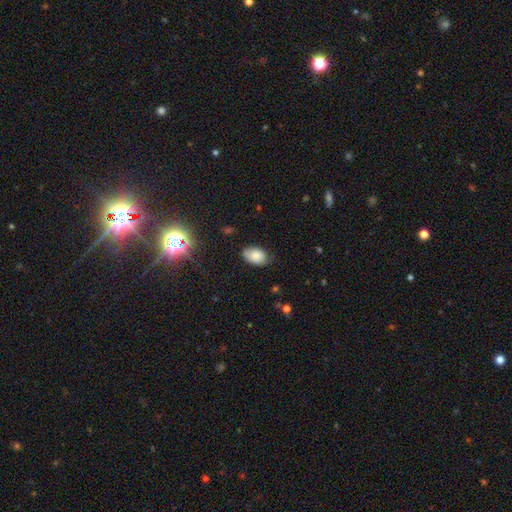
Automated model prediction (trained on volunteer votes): Smooth or featured?
  - smooth: 83% *
  - star or artifact: 10%
  - featured or disk: 7%
How rounded?
  - in between: 90% *
  - round: 8%
  - cigar-shaped: 1%
Merging?
  - none: 73% *
  - minor disturbance: 22%
  - major disturbance: 4%
  - merger: 1%